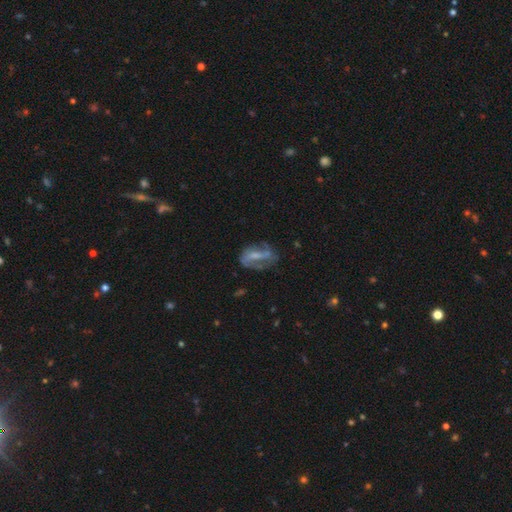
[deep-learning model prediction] This appears to be a featured or disk galaxy (69%) with a weak bar (40%), spiral arms (78%) and a small central bulge (36%). Merging: none (54%).